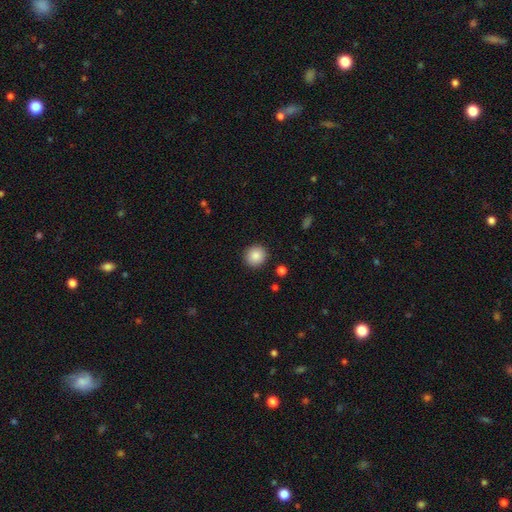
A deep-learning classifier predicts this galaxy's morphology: Overall: smooth (88%). How rounded: round (92%). Merging: none (91%).